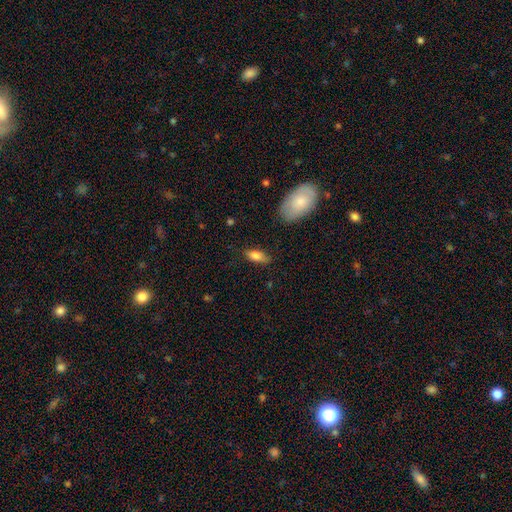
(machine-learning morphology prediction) The model was most divided on "merging": none: 79%, minor disturbance: 16%, major disturbance: 4%, merger: 2%. More confident: how rounded — in between (80%); smooth or featured — smooth (78%).